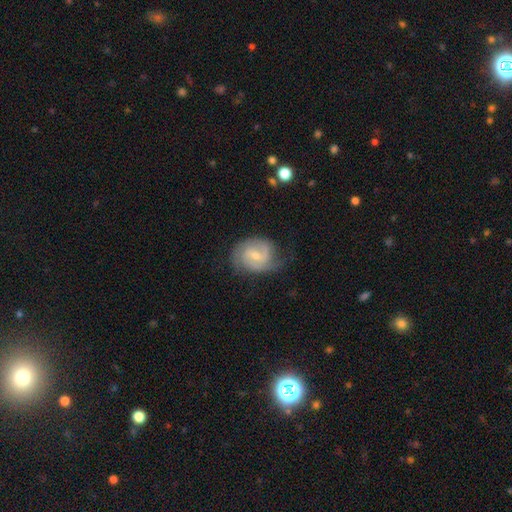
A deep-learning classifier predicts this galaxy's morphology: Smooth or featured? featured or disk (76%)
Edge-on disk? no (98%)
Bar? weak (56%)
Spiral arms? yes (93%)
Spiral winding? medium (46%)
Spiral arm count? 2 (68%)
Bulge size? small (54%)
Merging? none (63%)